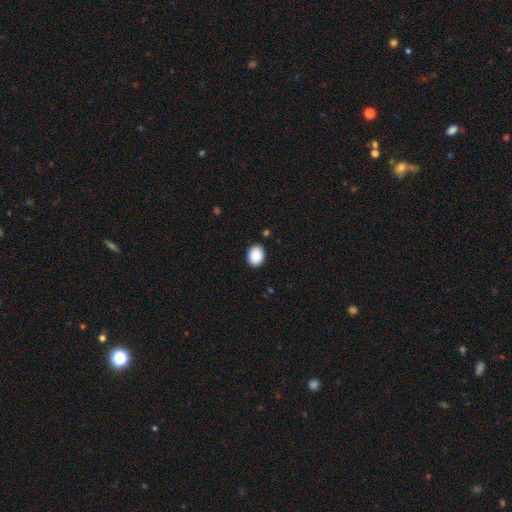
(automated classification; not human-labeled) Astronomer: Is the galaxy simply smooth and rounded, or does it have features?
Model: smooth — 88%.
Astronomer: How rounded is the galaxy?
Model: in between — 61% (runner-up: round, 39%).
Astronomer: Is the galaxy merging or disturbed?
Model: none — 90%.